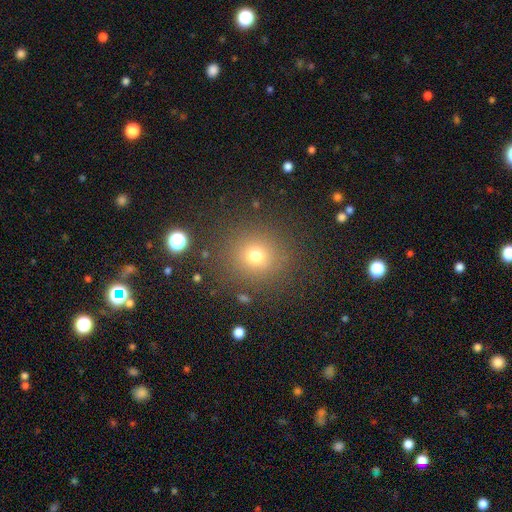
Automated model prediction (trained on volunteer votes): Smooth or featured? Predicted: smooth (p=0.72). How rounded? Predicted: round (p=0.89). Merging? Predicted: none (p=0.86).